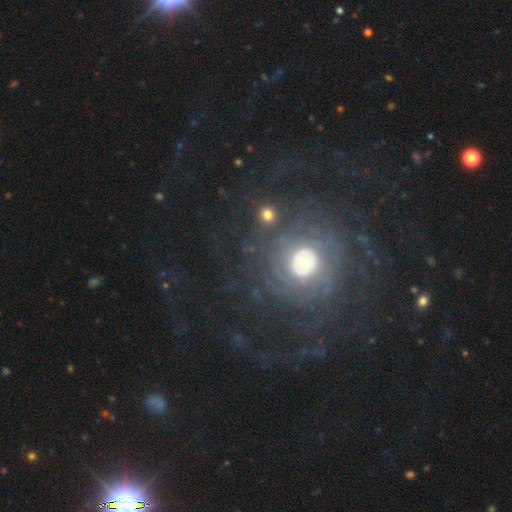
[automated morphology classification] smooth-or-featured: featured or disk: 76% | star or artifact: 12% | smooth: 12%
  disk-edge-on: no: 97% | yes: 3%
    bar: no: 72% | weak: 22% | strong: 6%
    has-spiral-arms: yes: 88% | no: 12%
      spiral-winding: tight: 58% | medium: 30% | loose: 12%
      spiral-arm-count: can't tell: 37% | 2: 17% | 3: 15% | more than 4: 11% | 4: 11% | 1: 9%
    bulge-size: moderate: 54% | large: 30% | small: 11% | dominant: 3% | none: 2%
  merging: none: 72% | major disturbance: 14% | minor disturbance: 12% | merger: 2%